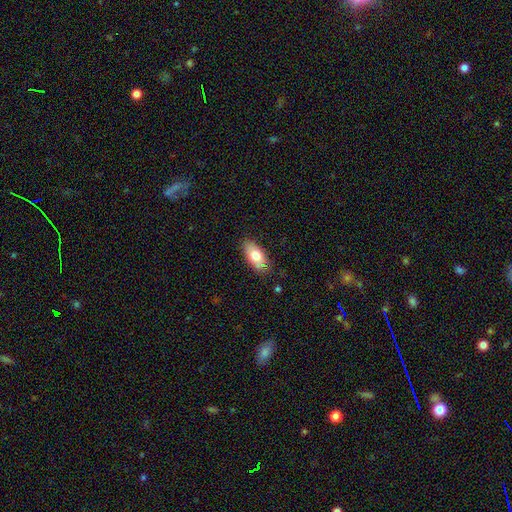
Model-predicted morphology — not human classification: The model was most divided on "smooth or featured": smooth: 74%, featured or disk: 19%, star or artifact: 7%. More confident: how rounded — in between (88%); merging — none (77%).